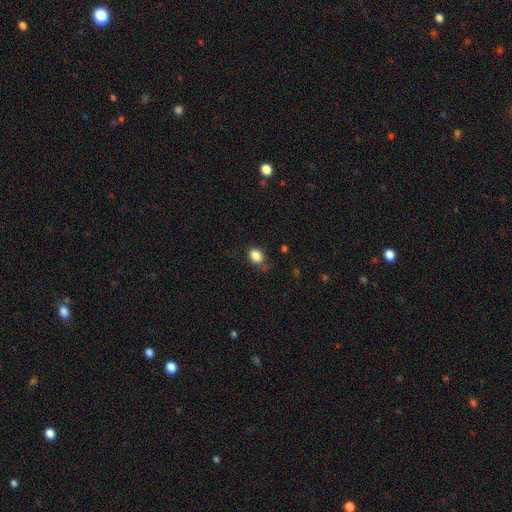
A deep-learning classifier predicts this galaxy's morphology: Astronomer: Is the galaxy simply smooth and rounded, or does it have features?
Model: smooth — 85%.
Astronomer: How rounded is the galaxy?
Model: in between — 59% (runner-up: round, 40%).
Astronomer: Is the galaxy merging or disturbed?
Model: none — 69%.